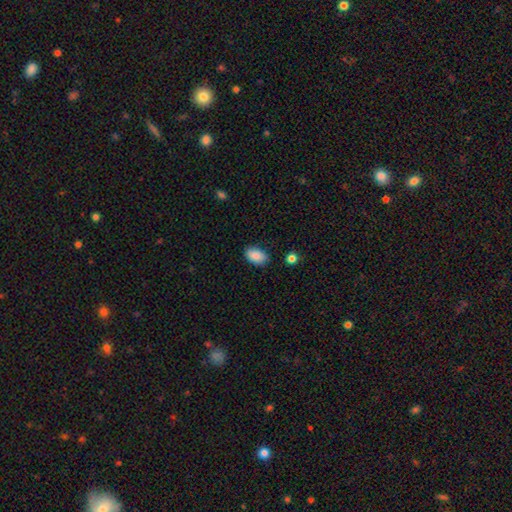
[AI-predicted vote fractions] This is clearly a smooth galaxy (88%). How rounded: clearly in between (91%). Merging: clearly none (83%).